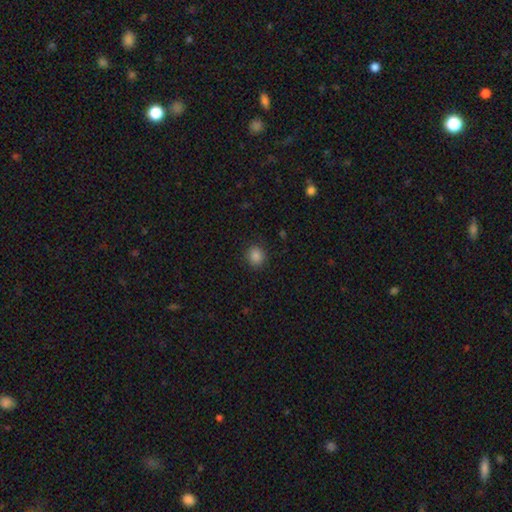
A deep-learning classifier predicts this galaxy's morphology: The model was most divided on "how rounded": round: 77%, in between: 22%, cigar-shaped: 1%. More confident: merging — none (89%); smooth or featured — smooth (86%).